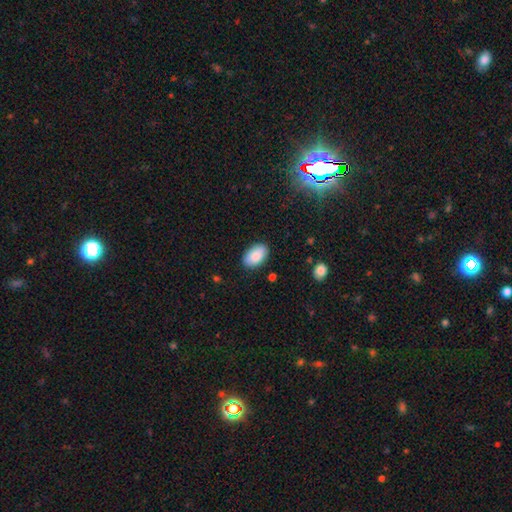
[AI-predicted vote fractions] smooth-or-featured: smooth: 87% | star or artifact: 6% | featured or disk: 6%
  how-rounded: in between: 94% | round: 5% | cigar-shaped: 1%
  merging: none: 86% | minor disturbance: 11% | major disturbance: 2% | merger: 1%